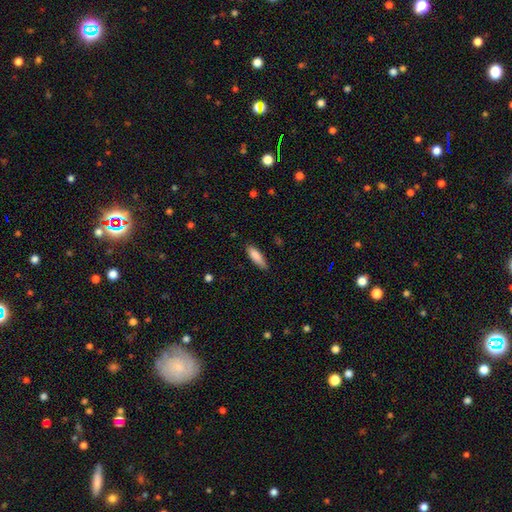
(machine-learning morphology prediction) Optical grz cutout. It shows a smooth galaxy with no disk features (85%) that is cigar-shaped (52%). Merging: none (80%).